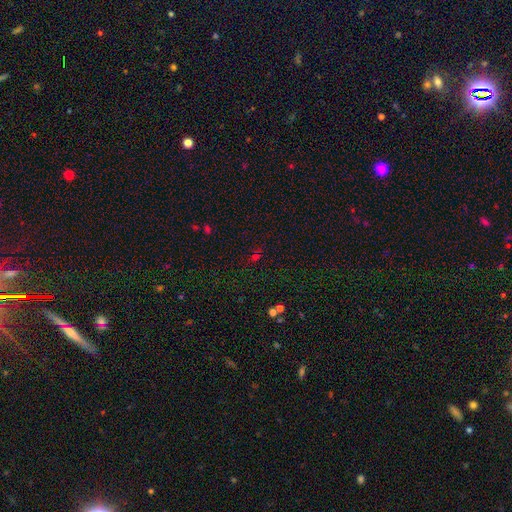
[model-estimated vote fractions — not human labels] smooth_or_featured: star or artifact (p=0.56) [alt: smooth p=0.36]